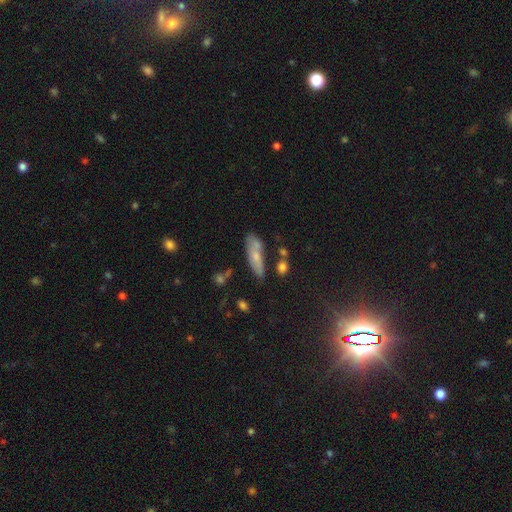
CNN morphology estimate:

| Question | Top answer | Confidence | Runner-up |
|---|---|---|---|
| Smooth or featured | smooth | 62% | featured or disk (27%) |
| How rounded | in between | 50% | cigar-shaped (46%) |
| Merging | none | 61% | minor disturbance (21%) |